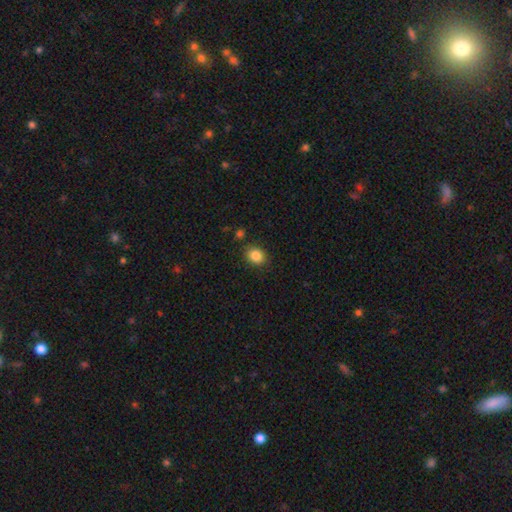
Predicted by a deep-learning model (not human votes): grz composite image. It shows a smooth galaxy with no disk features (86%) that is round (55%). Merging: none (86%).